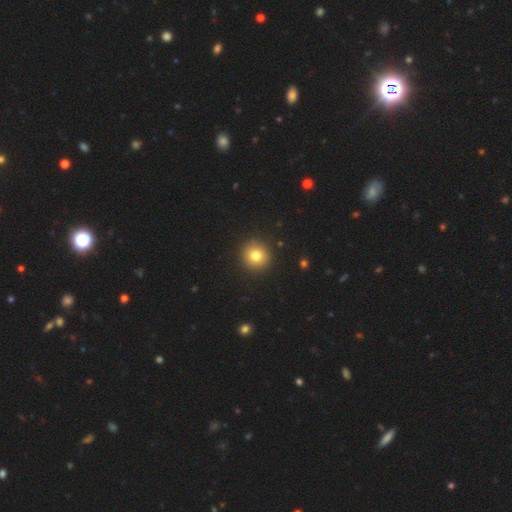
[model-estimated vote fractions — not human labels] Smooth or featured? Predicted: smooth (p=0.79). How rounded? Predicted: round (p=0.94). Merging? Predicted: none (p=0.92).